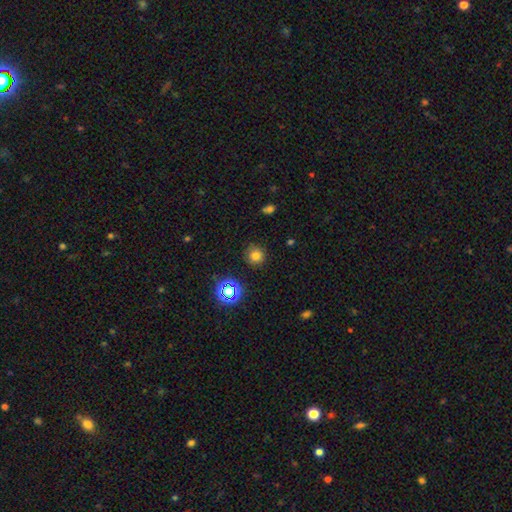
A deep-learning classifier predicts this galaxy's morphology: Overall: smooth (74%). How rounded: round (93%). Merging: none (87%).